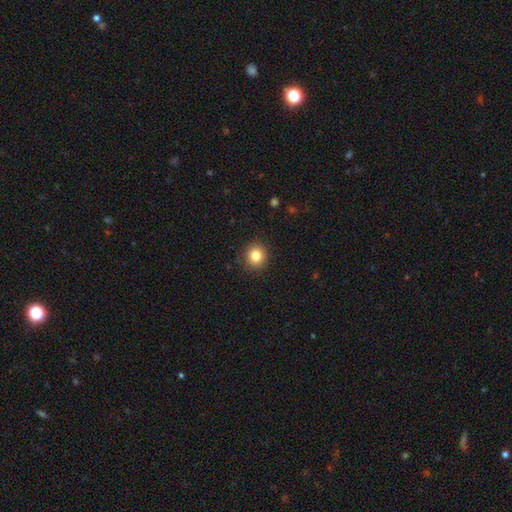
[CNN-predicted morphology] Q: Smooth or featured?
A: smooth (82%); runner-up: star or artifact (11%)
Q: How rounded?
A: round (89%); runner-up: in between (10%)
Q: Merging?
A: none (90%); runner-up: minor disturbance (7%)